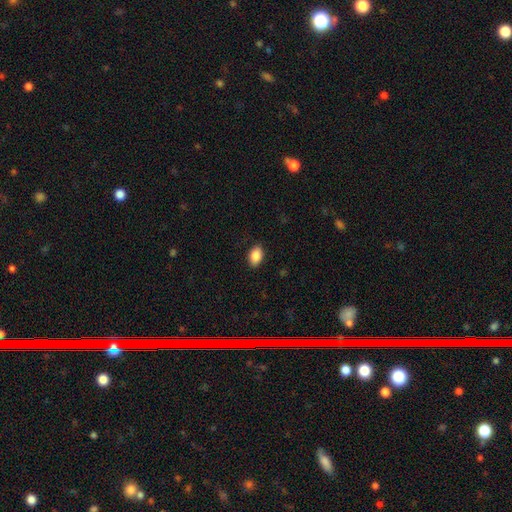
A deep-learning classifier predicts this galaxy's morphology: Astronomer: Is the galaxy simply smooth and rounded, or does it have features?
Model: smooth — 88%.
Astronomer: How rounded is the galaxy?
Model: in between — 89%.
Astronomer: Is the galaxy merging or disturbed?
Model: none — 88%.